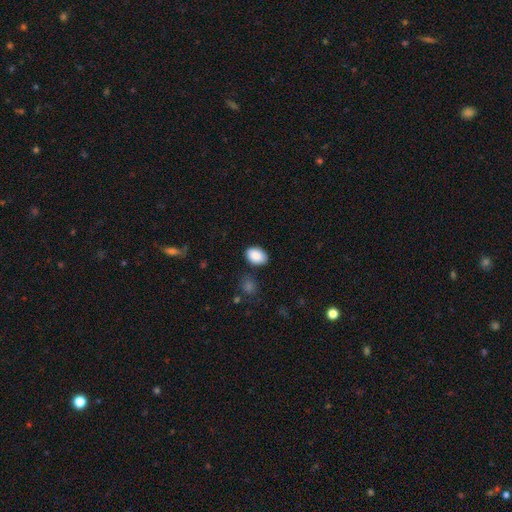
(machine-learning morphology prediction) Overall: smooth (89%). How rounded: in between (84%). Merging: none (82%).